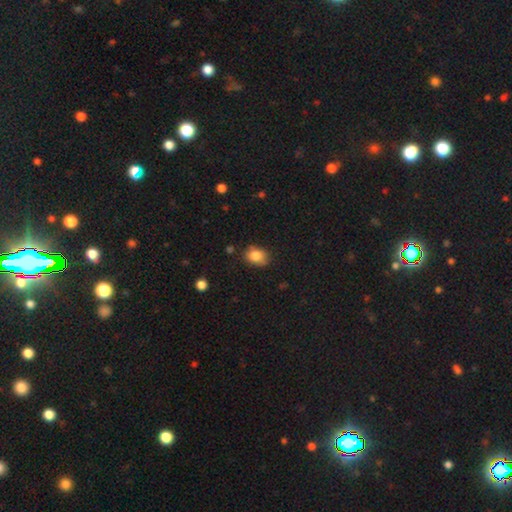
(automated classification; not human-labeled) Smooth or featured?
  - smooth: 84% *
  - star or artifact: 9%
  - featured or disk: 7%
How rounded?
  - in between: 61% *
  - round: 38%
  - cigar-shaped: 1%
Merging?
  - none: 75% *
  - minor disturbance: 20%
  - major disturbance: 4%
  - merger: 2%